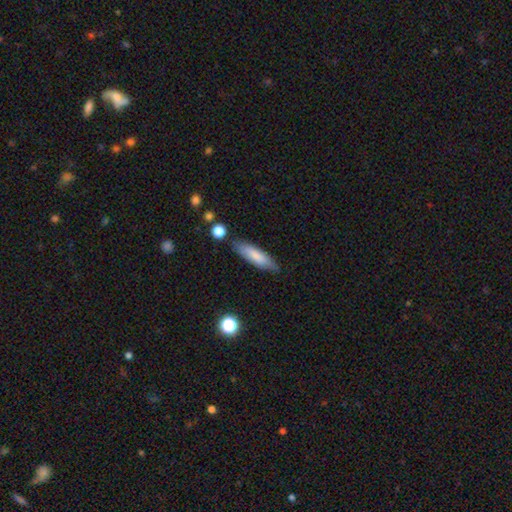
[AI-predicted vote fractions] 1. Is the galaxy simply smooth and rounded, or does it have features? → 79% smooth, 15% featured or disk, 6% star or artifact.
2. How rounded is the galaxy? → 67% cigar-shaped, 31% in between, 2% round.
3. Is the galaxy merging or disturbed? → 82% none, 13% minor disturbance, 3% major disturbance, 3% merger.